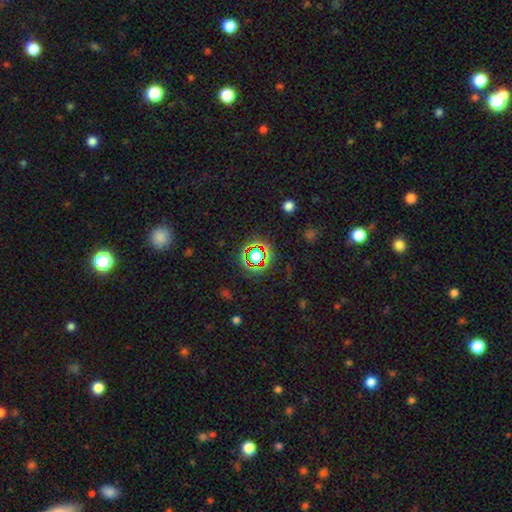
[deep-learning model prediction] Q: Smooth or featured?
A: star or artifact (67%); runner-up: smooth (21%)